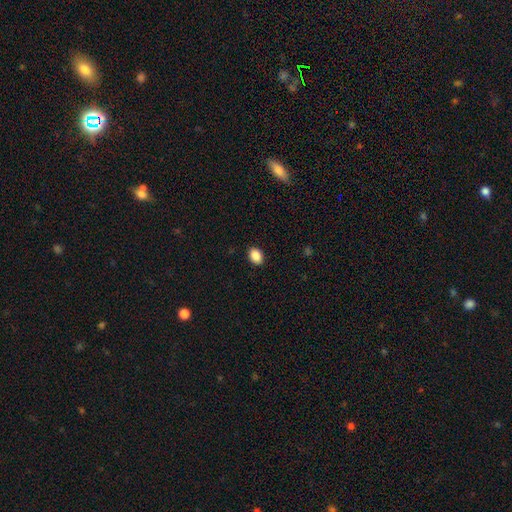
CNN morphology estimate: Smooth or featured: smooth — 88% (star or artifact — 8%)
How rounded: in between — 74% (round — 25%)
Merging: none — 90% (minor disturbance — 7%)